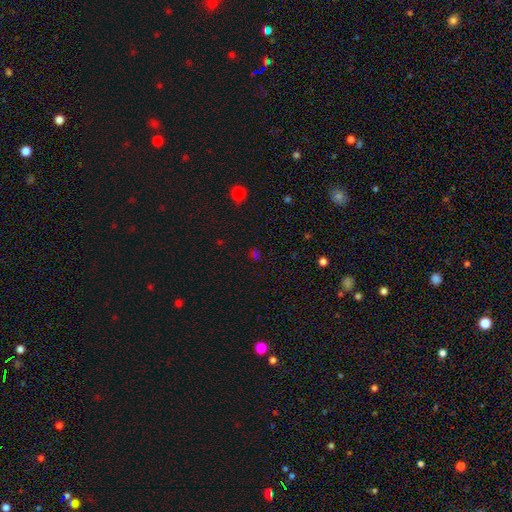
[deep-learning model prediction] Morphology: type=star or artifact (47%, tied with smooth).